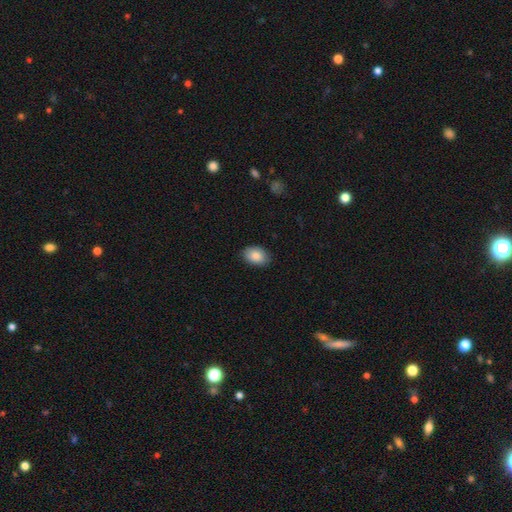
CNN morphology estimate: The model was most divided on "how rounded": in between: 84%, round: 15%, cigar-shaped: 1%. More confident: smooth or featured — smooth (87%); merging — none (86%).